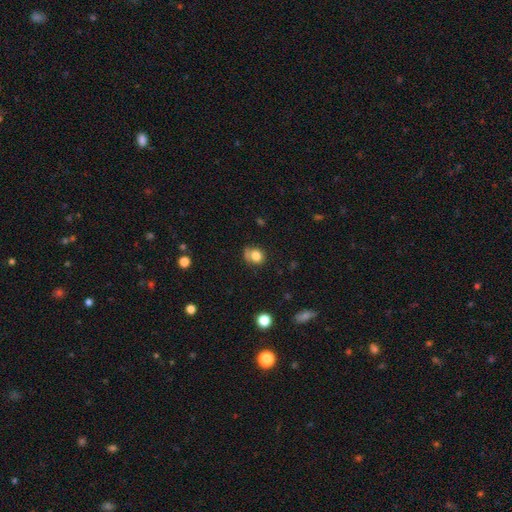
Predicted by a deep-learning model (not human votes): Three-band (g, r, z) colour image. It shows a smooth galaxy with no disk features (80%) that is round (72%). Merging: none (54%).